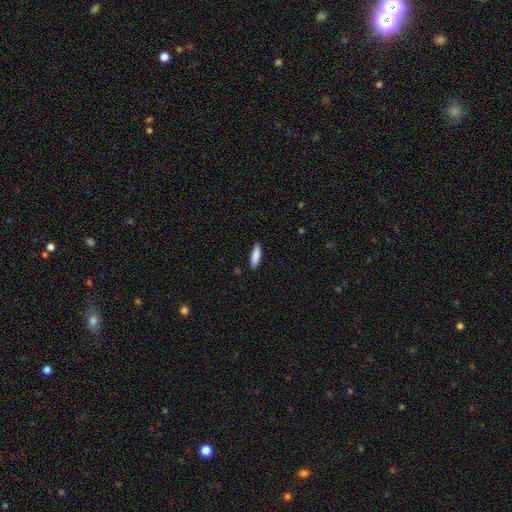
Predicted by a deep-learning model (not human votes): Q: Smooth or featured?
A: smooth (88%); runner-up: featured or disk (6%)
Q: How rounded?
A: cigar-shaped (58%); runner-up: in between (40%)
Q: Merging?
A: none (89%); runner-up: minor disturbance (8%)